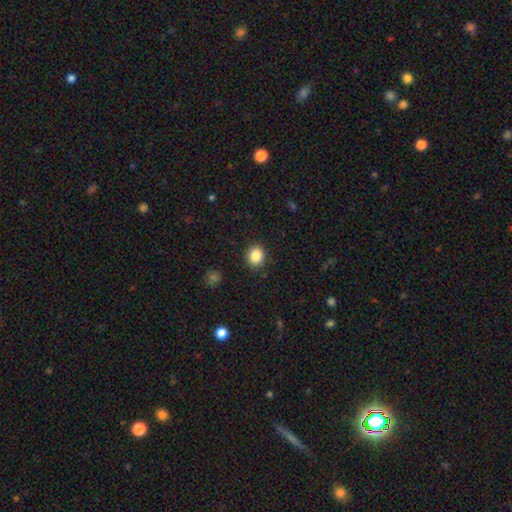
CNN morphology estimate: Smooth or featured? Predicted: smooth (p=0.86). How rounded? Predicted: round (p=0.74). Merging? Predicted: none (p=0.90).